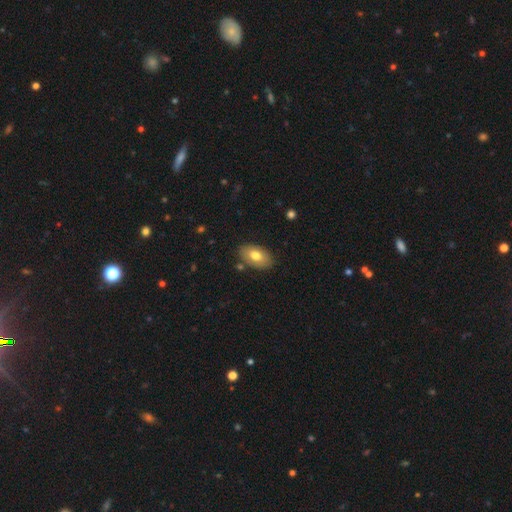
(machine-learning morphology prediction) Q: Smooth or featured?
A: smooth (76%); runner-up: featured or disk (17%)
Q: How rounded?
A: in between (92%); runner-up: round (6%)
Q: Merging?
A: none (82%); runner-up: minor disturbance (12%)